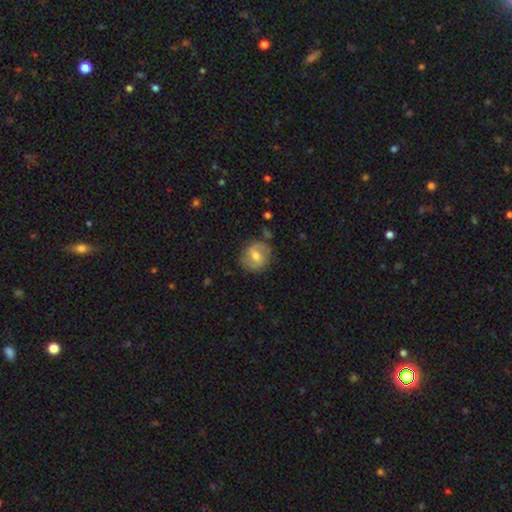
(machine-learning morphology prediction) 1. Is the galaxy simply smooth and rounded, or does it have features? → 49% smooth, 44% featured or disk, 7% star or artifact.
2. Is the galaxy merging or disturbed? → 79% none, 15% minor disturbance, 5% major disturbance, 2% merger.